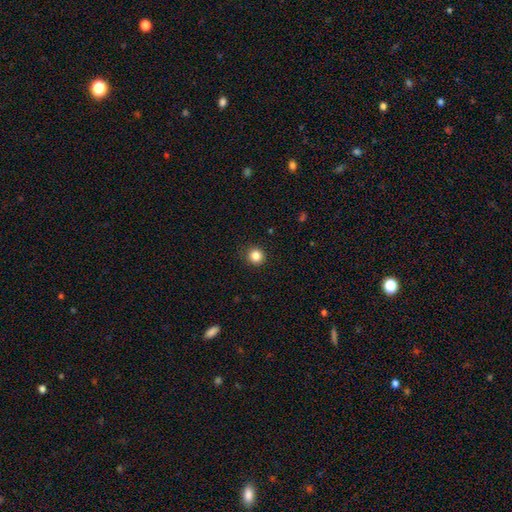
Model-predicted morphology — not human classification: type=smooth (85%); roundness=round (93%); merging=none (90%).